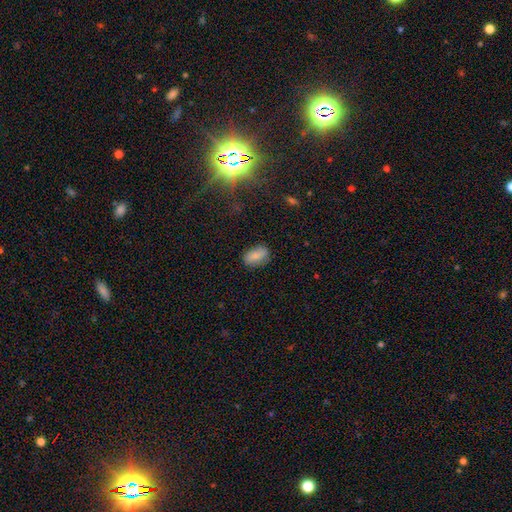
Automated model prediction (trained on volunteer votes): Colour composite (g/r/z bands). It shows a smooth galaxy with no disk features (81%) that is in between round and cigar-shaped (90%). Merging: none (82%).